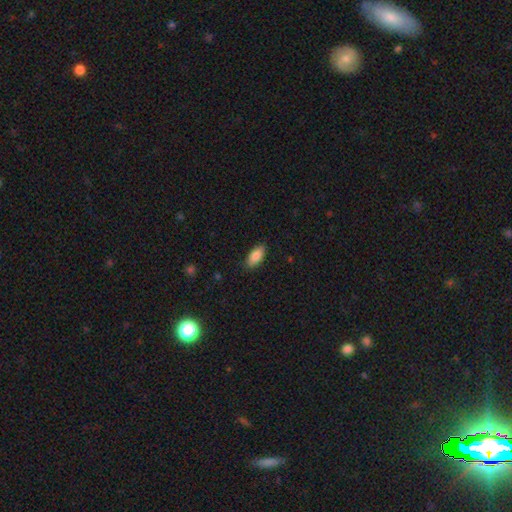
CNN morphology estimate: Smooth or featured? smooth (86%)
How rounded? in between (88%)
Merging? none (85%)